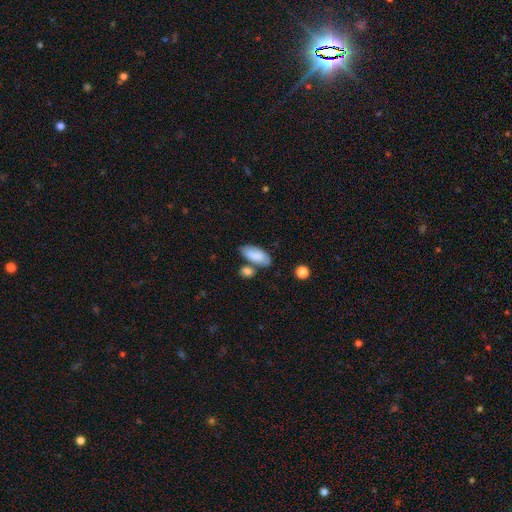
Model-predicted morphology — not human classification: type=smooth (81%); roundness=in between (89%); merging=none (59%).